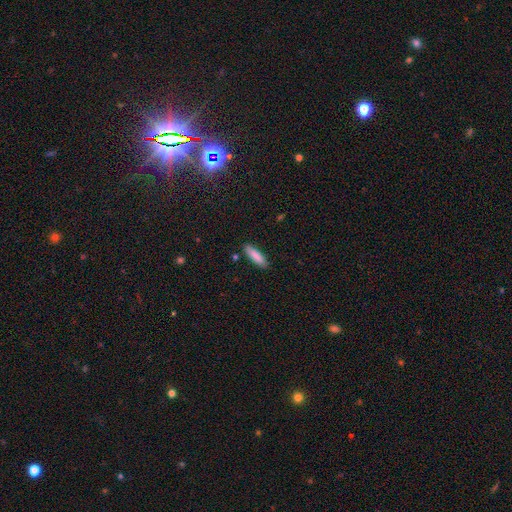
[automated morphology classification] This appears to be a smooth galaxy with no disk features (86%) that is cigar-shaped (68%). Merging: none (86%).